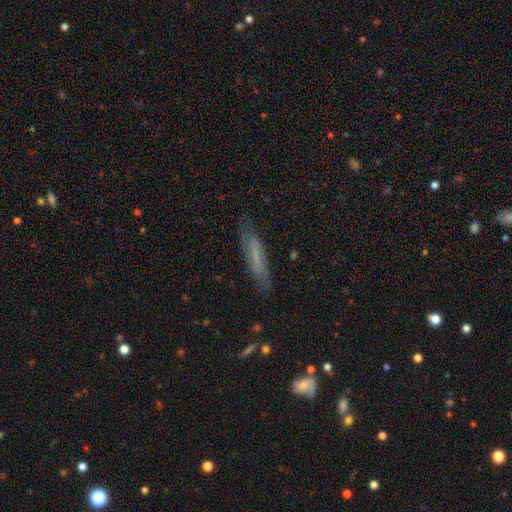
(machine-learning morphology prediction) This is possibly a featured or disk galaxy (47%). Merging: likely none (77%).